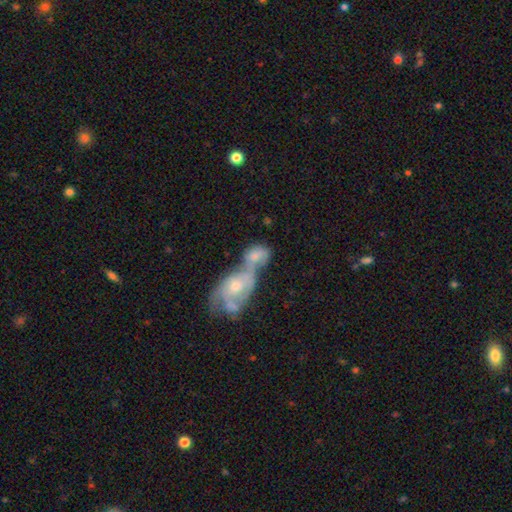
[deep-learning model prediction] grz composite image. It shows a smooth galaxy with no disk features (47%). Merging: merger (75%).